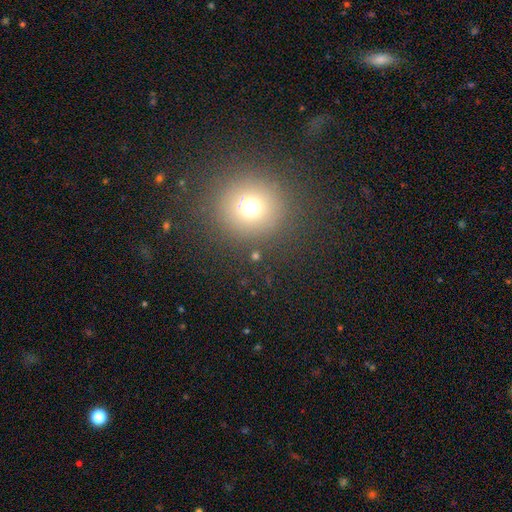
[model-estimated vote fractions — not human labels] Smooth or featured? Predicted: smooth (p=0.66). How rounded? Predicted: round (p=0.92). Merging? Predicted: none (p=0.87).